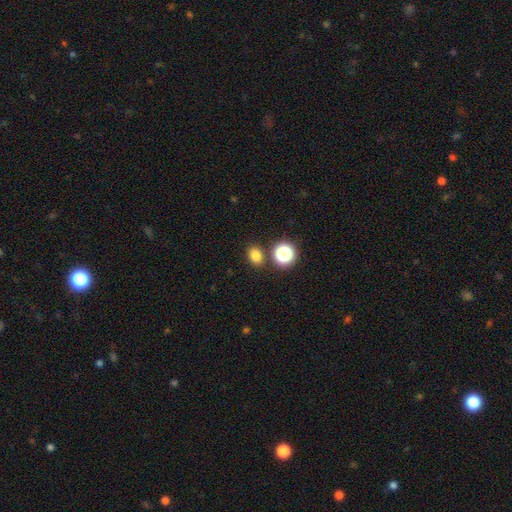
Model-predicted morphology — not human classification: A smooth galaxy with no disk features (79%) that is in between round and cigar-shaped (49%, tied with round). Merging: none (81%).